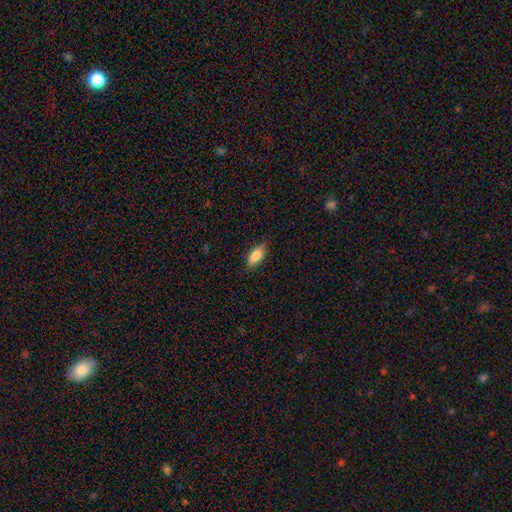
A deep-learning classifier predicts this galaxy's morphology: A smooth galaxy with no disk features (81%) that is in between round and cigar-shaped (78%). Merging: none (82%).